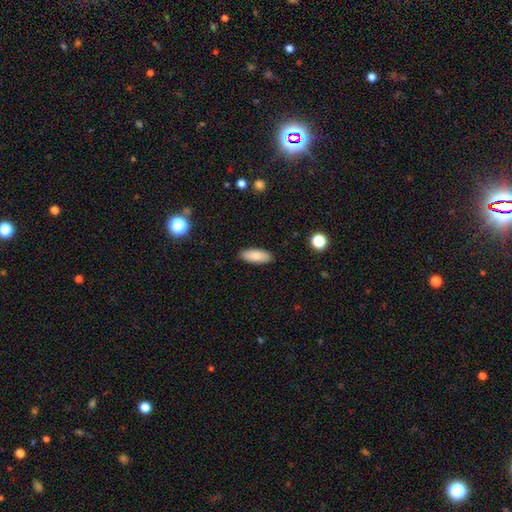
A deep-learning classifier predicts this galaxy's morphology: type=smooth (86%); roundness=in between (76%); merging=none (89%).